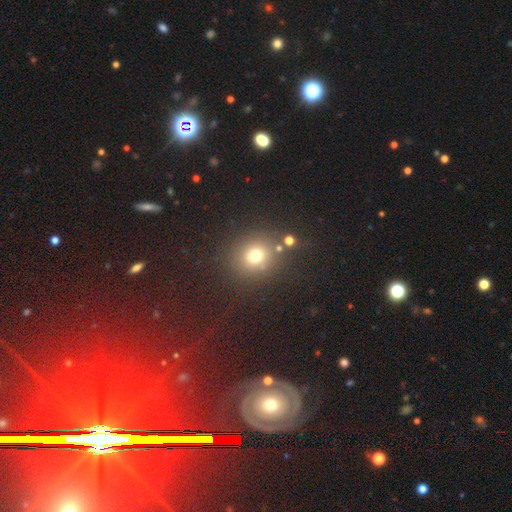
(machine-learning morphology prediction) Smooth or featured? Predicted: smooth (p=0.72). How rounded? Predicted: round (p=0.82). Merging? Predicted: none (p=0.79).